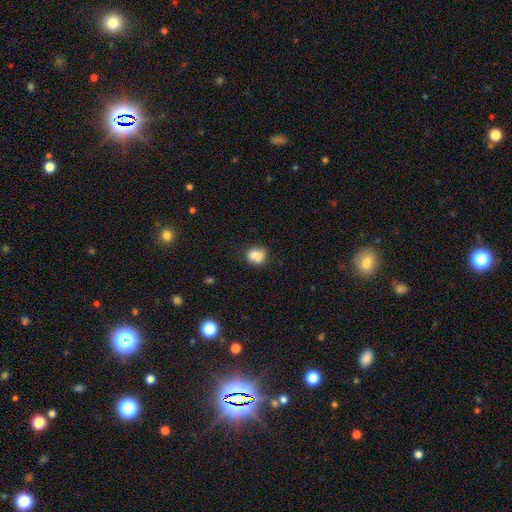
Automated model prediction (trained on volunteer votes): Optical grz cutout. It shows a smooth galaxy with no disk features (84%) that is round (69%). Merging: none (72%).